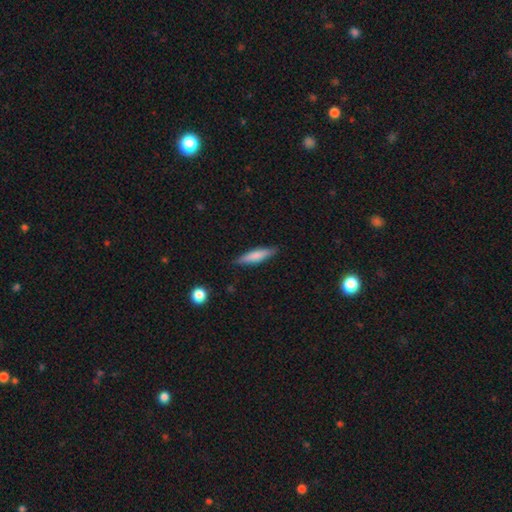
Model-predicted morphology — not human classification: This appears to be a smooth galaxy with no disk features (72%) that is cigar-shaped (80%). Merging: none (87%).